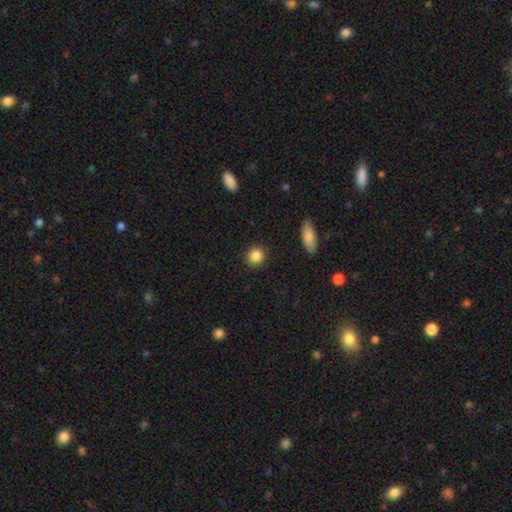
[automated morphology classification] type=smooth (87%); roundness=round (86%); merging=none (90%).